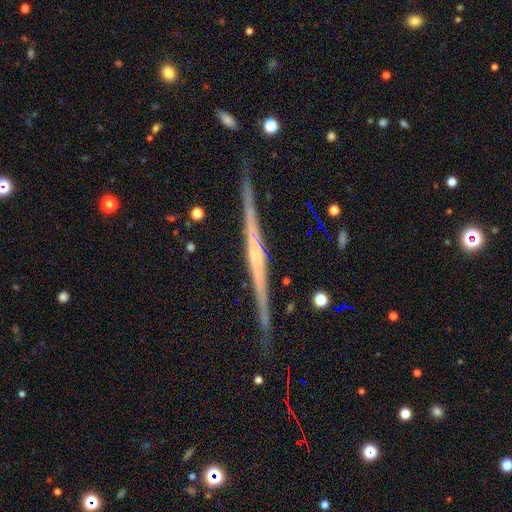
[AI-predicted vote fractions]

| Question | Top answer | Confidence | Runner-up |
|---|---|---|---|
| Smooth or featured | featured or disk | 84% | smooth (11%) |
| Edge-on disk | yes | 98% | no (2%) |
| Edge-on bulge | rounded | 45% | none (38%) |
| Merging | none | 88% | minor disturbance (9%) |